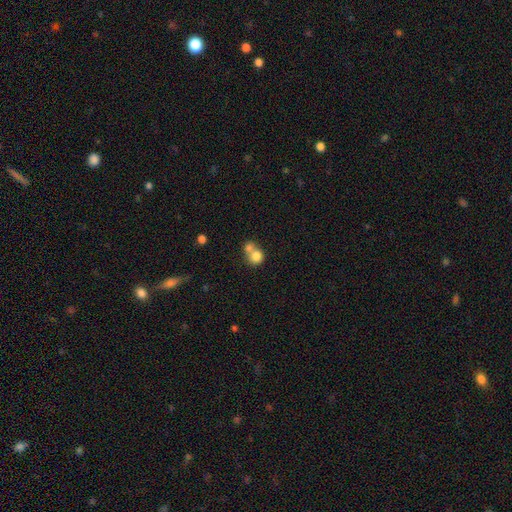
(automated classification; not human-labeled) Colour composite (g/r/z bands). It shows a smooth galaxy with no disk features (78%) that is round (80%). Merging: merger (61%).